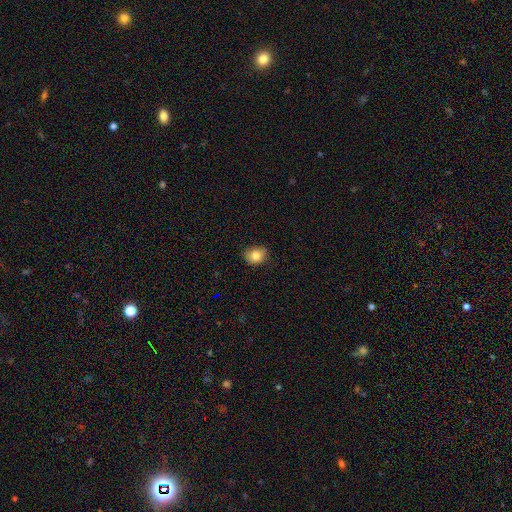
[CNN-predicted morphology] smooth-or-featured: smooth: 83% | star or artifact: 10% | featured or disk: 7%
  how-rounded: round: 55% | in between: 44% | cigar-shaped: 1%
  merging: none: 79% | minor disturbance: 17% | major disturbance: 3% | merger: 1%